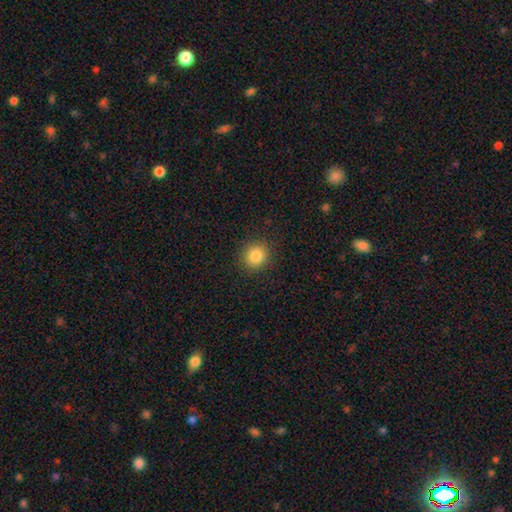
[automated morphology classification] Smooth or featured: smooth — 84% (star or artifact — 11%)
How rounded: round — 89% (in between — 10%)
Merging: none — 91% (minor disturbance — 6%)